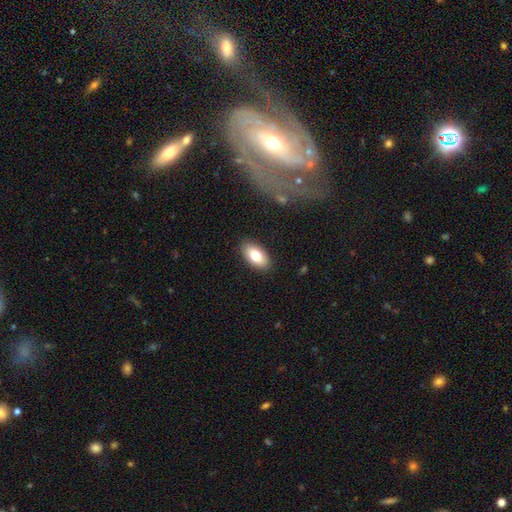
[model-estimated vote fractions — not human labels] This is likely a smooth galaxy (79%). How rounded: clearly in between (93%). Merging: clearly none (88%).